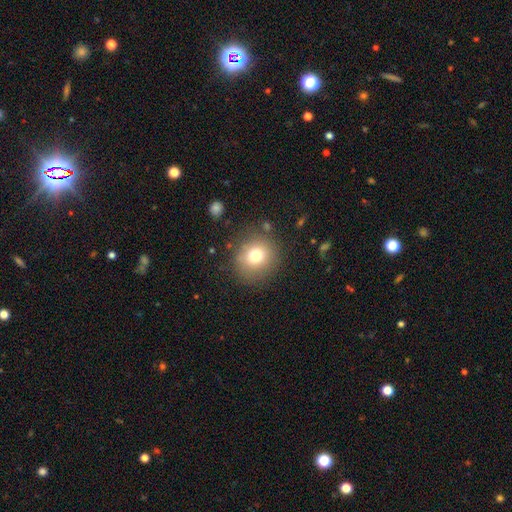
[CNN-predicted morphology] A smooth galaxy with no disk features (76%) that is round (88%).

Vote fractions:
- Smooth or featured? smooth: 76% / star or artifact: 12% / featured or disk: 11%
- How rounded? round: 88% / in between: 11% / cigar-shaped: 1%
- Merging? none: 82% / minor disturbance: 11% / major disturbance: 5% / merger: 2%